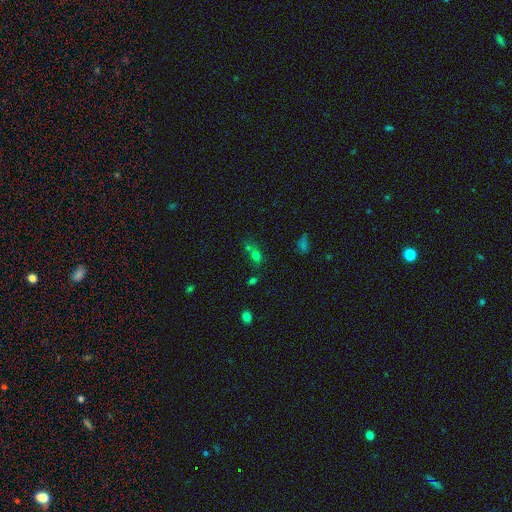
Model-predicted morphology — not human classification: Smooth or featured: smooth — 63% (star or artifact — 24%)
How rounded: in between — 52% (round — 44%)
Merging: merger — 42% (none — 38%)